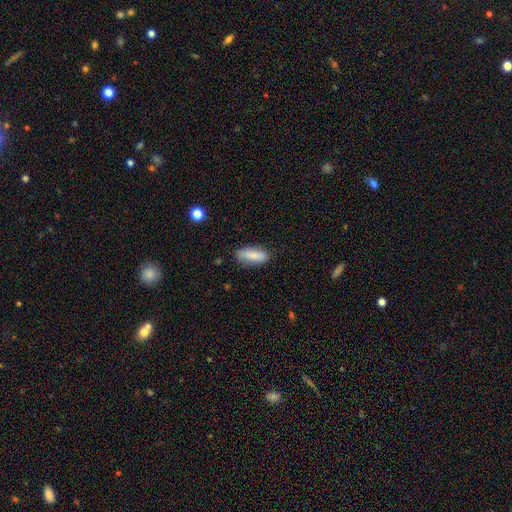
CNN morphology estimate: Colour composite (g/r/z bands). It shows a smooth galaxy with no disk features (83%) that is in between round and cigar-shaped (60%). Merging: none (81%).